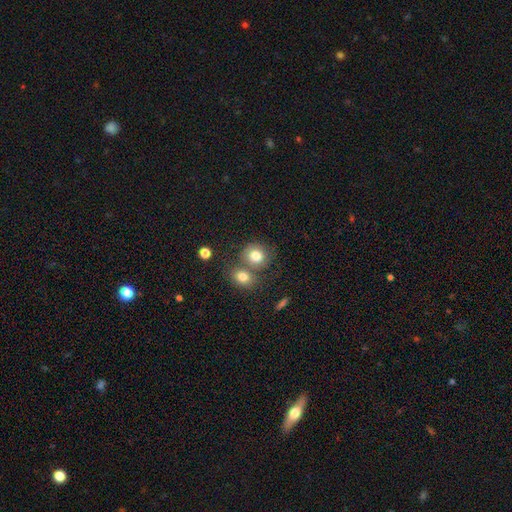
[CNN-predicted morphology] A smooth galaxy with no disk features (80%) that is round (75%). Merging: none (52%).